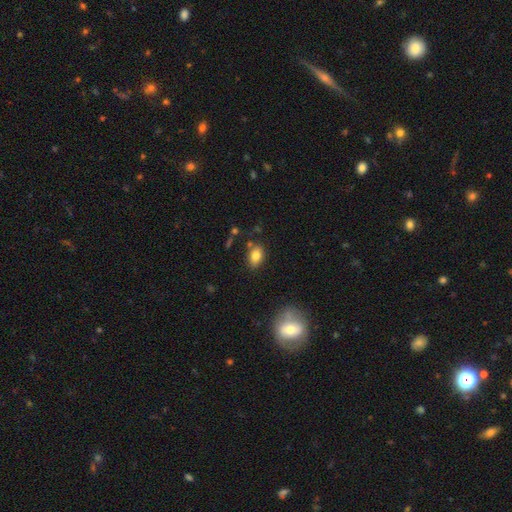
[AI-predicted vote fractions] Overall: smooth (82%). How rounded: in between (85%). Merging: none (78%).